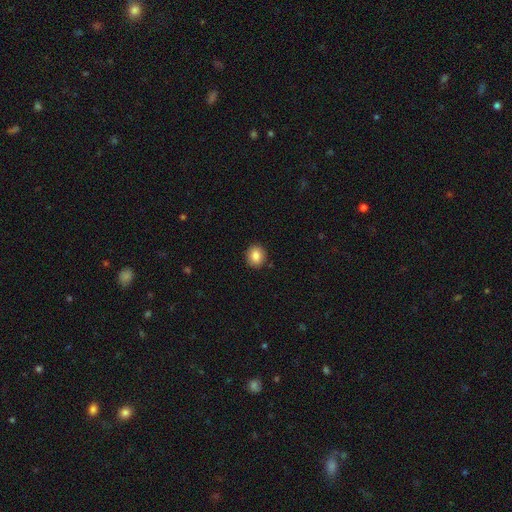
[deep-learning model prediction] Overall: smooth (86%). How rounded: round (75%). Merging: none (91%).